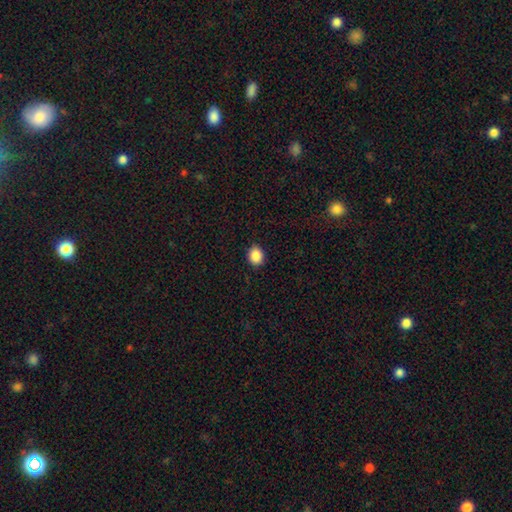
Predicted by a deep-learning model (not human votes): The model was most divided on "how rounded": round: 56%, in between: 43%, cigar-shaped: 1%. More confident: merging — none (89%); smooth or featured — smooth (89%).